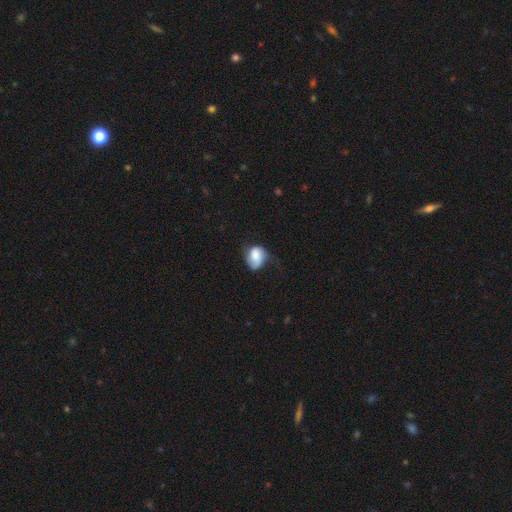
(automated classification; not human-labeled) Overall: smooth (67%). How rounded: in between (59%; round 40%). Merging: minor disturbance (39%, tied with none).